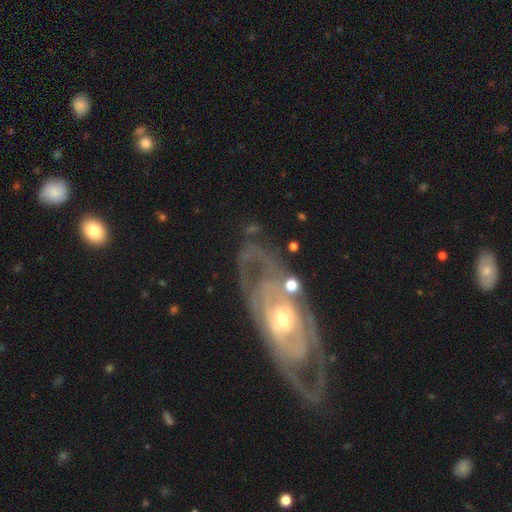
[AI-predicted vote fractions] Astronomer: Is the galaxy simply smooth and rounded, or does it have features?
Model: featured or disk — 85%.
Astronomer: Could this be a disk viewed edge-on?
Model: no — 91%.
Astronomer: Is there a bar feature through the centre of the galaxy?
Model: no — 70%.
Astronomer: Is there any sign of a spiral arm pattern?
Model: yes — 88%.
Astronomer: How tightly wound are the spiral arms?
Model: tight — 66%.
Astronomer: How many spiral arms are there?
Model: can't tell — 38% (runner-up: 2, 33%).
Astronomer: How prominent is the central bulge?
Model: small — 50% (runner-up: moderate, 43%).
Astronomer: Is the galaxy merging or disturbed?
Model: none — 74%.